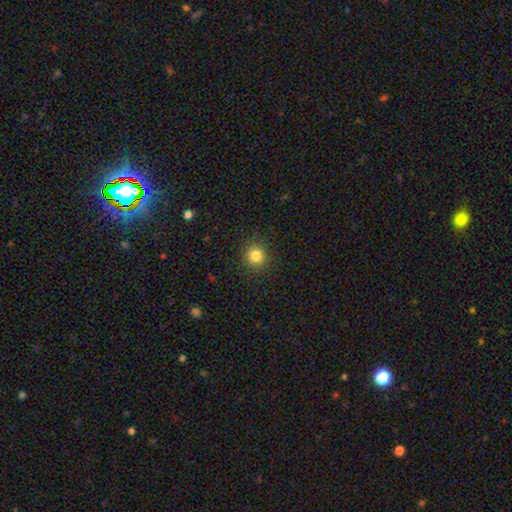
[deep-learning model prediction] The model was most divided on "smooth or featured": smooth: 83%, star or artifact: 12%, featured or disk: 5%. More confident: how rounded — round (93%); merging — none (91%).